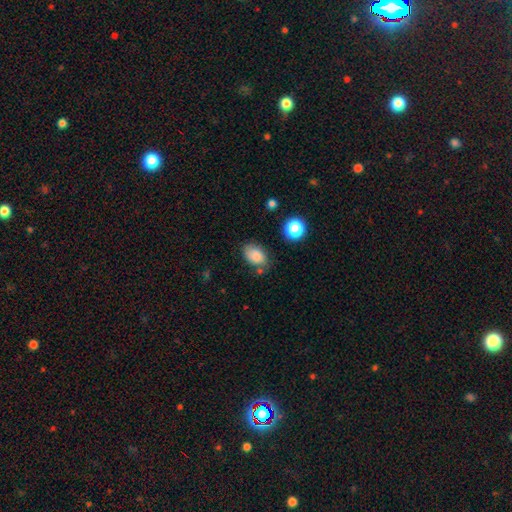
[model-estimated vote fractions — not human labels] Smooth or featured? Predicted: smooth (p=0.82). How rounded? Predicted: in between (p=0.84). Merging? Predicted: none (p=0.65).